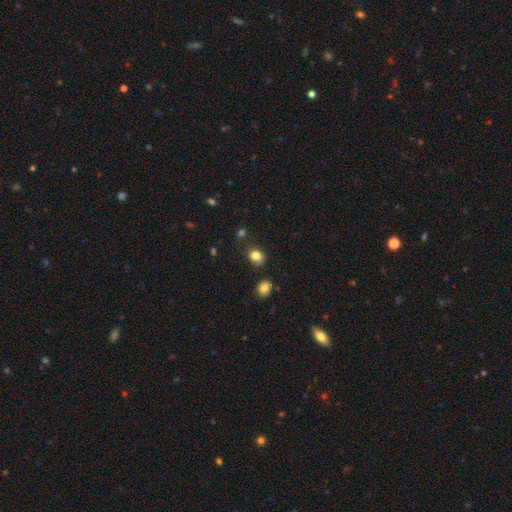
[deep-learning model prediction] Smooth or featured: smooth — 82% (star or artifact — 12%)
How rounded: round — 61% (in between — 38%)
Merging: none — 76% (minor disturbance — 15%)